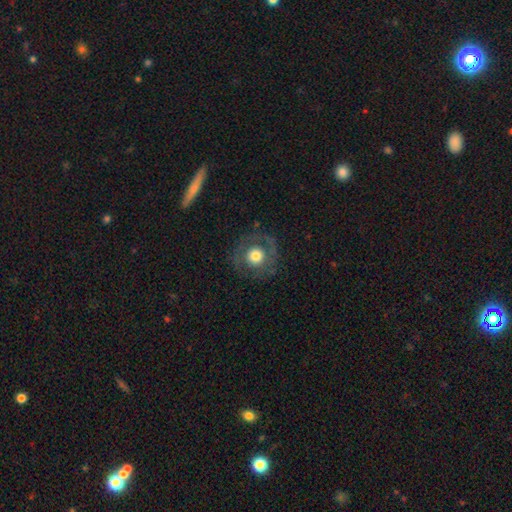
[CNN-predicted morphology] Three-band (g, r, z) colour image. It shows a smooth galaxy with no disk features (60%) that is round (93%). Merging: none (78%).